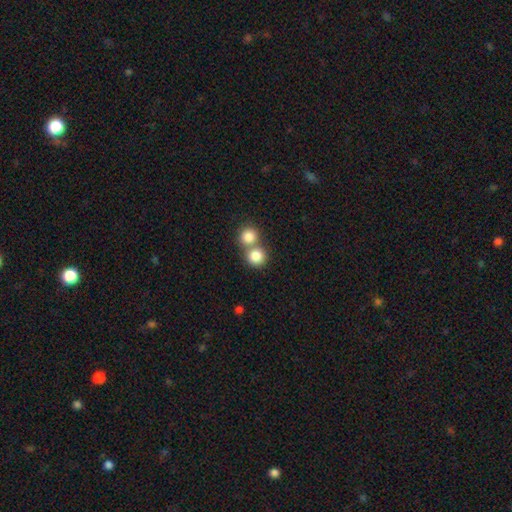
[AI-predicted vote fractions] smooth_or_featured: smooth (p=0.83) [alt: star or artifact p=0.09]
how_rounded: round (p=0.88) [alt: in between p=0.11]
merging: merger (p=0.50) [alt: none p=0.43]